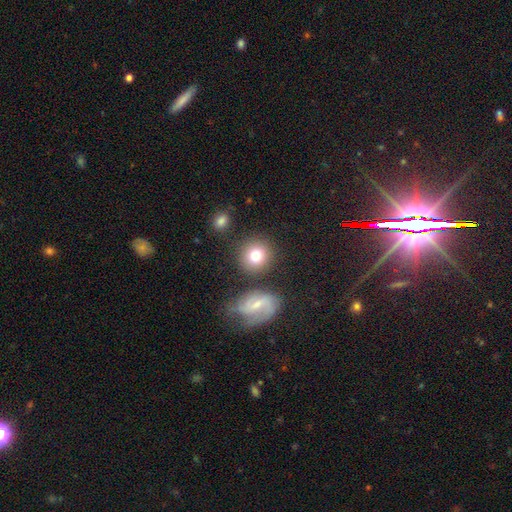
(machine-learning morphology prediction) Smooth or featured? smooth (75%)
How rounded? round (88%)
Merging? none (77%)